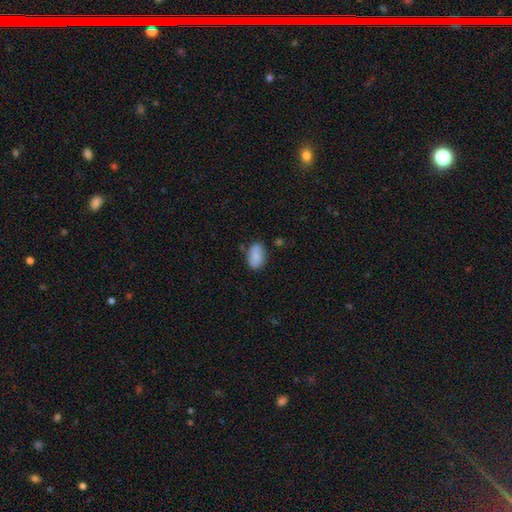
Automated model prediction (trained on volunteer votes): Smooth or featured? smooth (85%)
How rounded? in between (90%)
Merging? none (74%)